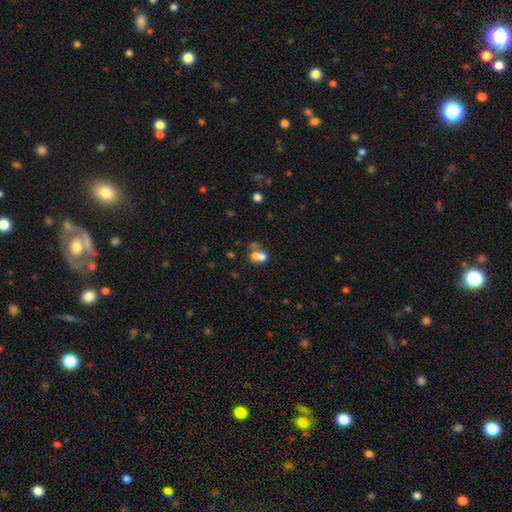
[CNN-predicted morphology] Smooth or featured: smooth — 67% (featured or disk — 19%)
How rounded: in between — 58% (round — 40%)
Merging: merger — 58% (none — 26%)